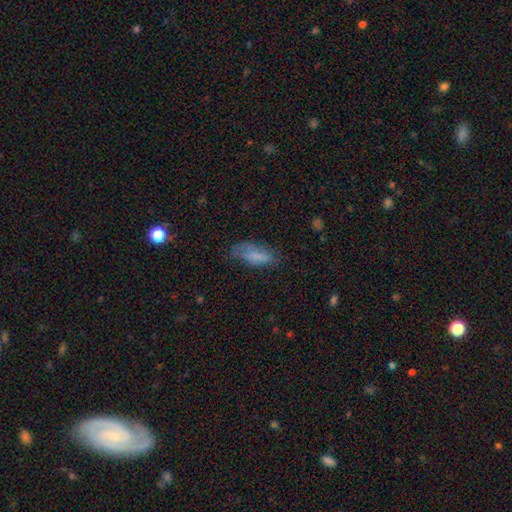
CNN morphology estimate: Overall: smooth (71%). How rounded: in between (77%). Merging: none (47%; minor disturbance 32%).